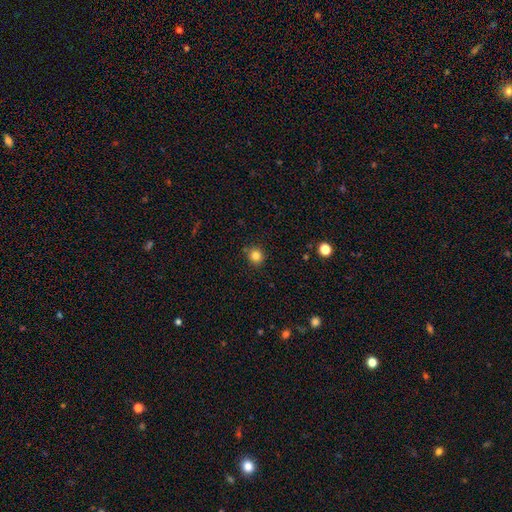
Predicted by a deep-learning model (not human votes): This is clearly a smooth galaxy (83%). How rounded: clearly round (92%). Merging: clearly none (87%).